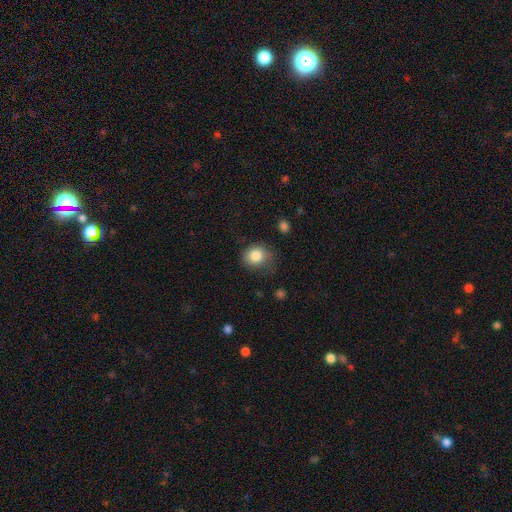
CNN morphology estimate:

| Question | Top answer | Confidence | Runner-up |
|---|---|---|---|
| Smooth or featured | smooth | 84% | star or artifact (10%) |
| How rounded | round | 72% | in between (27%) |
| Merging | none | 62% | minor disturbance (27%) |